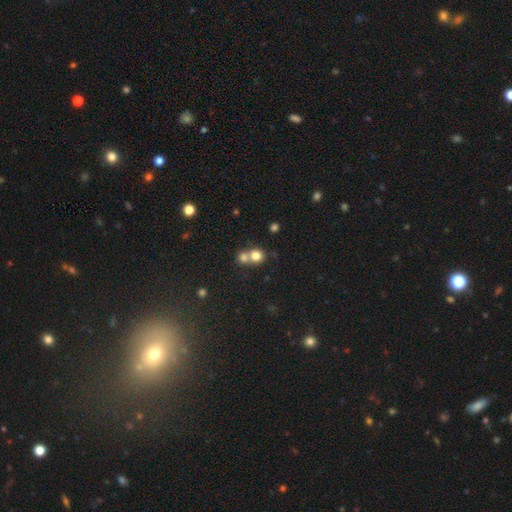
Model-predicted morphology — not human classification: Smooth or featured: smooth — 78% (star or artifact — 12%)
How rounded: round — 82% (in between — 17%)
Merging: merger — 54% (none — 38%)